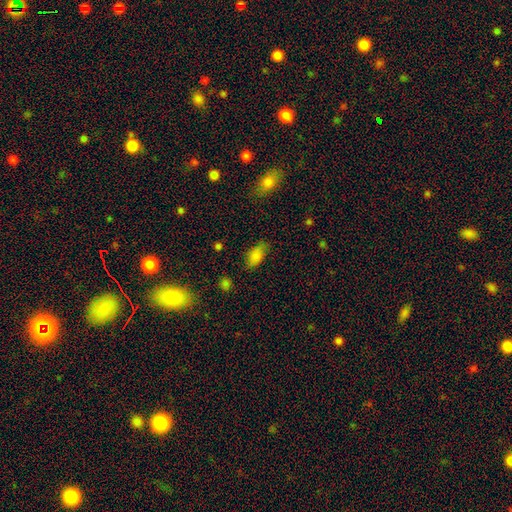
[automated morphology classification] smooth 83%, star or artifact 10%, featured or disk 7%. Down the decision tree: how rounded — in between (91%); merging — none (73%).